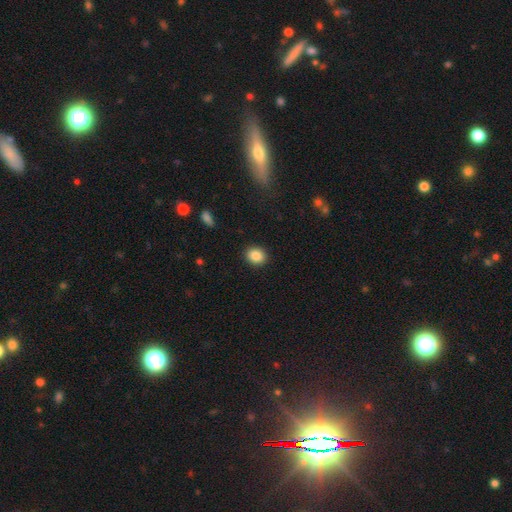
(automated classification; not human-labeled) This appears to be a smooth galaxy with no disk features (87%) that is round (63%). Merging: none (91%).